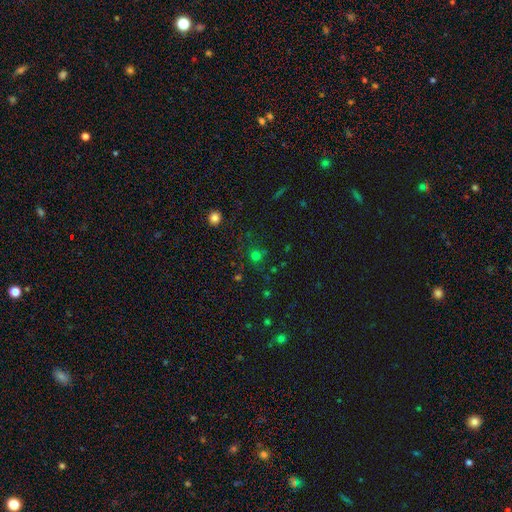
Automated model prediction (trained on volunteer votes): The model was most divided on "smooth or featured": smooth: 64%, star or artifact: 29%, featured or disk: 7%. More confident: how rounded — round (89%); merging — none (77%).